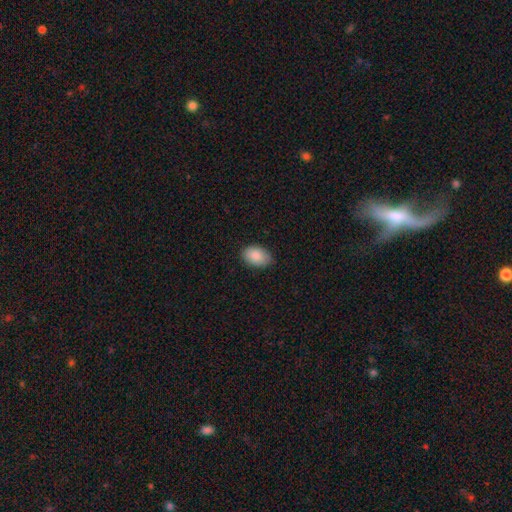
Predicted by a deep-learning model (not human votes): The model was most divided on "merging": none: 85%, minor disturbance: 12%, major disturbance: 2%, merger: 1%. More confident: how rounded — in between (88%); smooth or featured — smooth (87%).